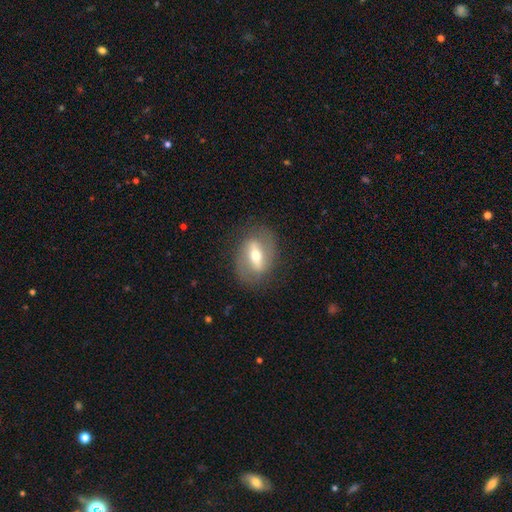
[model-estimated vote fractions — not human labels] Smooth or featured?
  - featured or disk: 66% *
  - smooth: 27%
  - star or artifact: 7%
Edge-on disk?
  - no: 79% *
  - yes: 21%
Bar?
  - strong: 63% *
  - weak: 26%
  - no: 12%
Spiral arms?
  - yes: 52% *
  - no: 48%
Bulge size?
  - moderate: 67% *
  - small: 20%
  - large: 10%
  - dominant: 1%
  - none: 1%
Merging?
  - none: 80% *
  - minor disturbance: 13%
  - major disturbance: 6%
  - merger: 1%